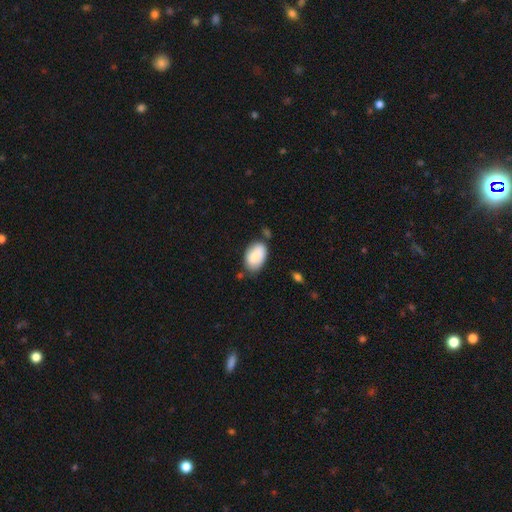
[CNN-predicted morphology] Q: Smooth or featured?
A: smooth (80%); runner-up: featured or disk (13%)
Q: How rounded?
A: in between (92%); runner-up: round (6%)
Q: Merging?
A: none (67%); runner-up: minor disturbance (23%)